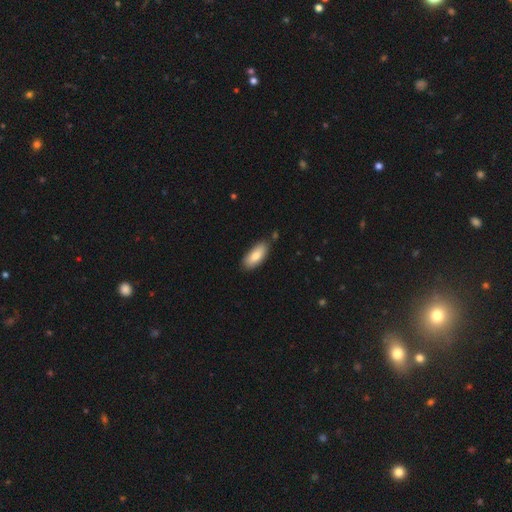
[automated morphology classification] A smooth galaxy with no disk features (81%) that is in between round and cigar-shaped (84%).

Vote fractions:
- Smooth or featured? smooth: 81% / featured or disk: 13% / star or artifact: 6%
- How rounded? in between: 84% / cigar-shaped: 14% / round: 2%
- Merging? none: 80% / minor disturbance: 14% / merger: 3% / major disturbance: 2%